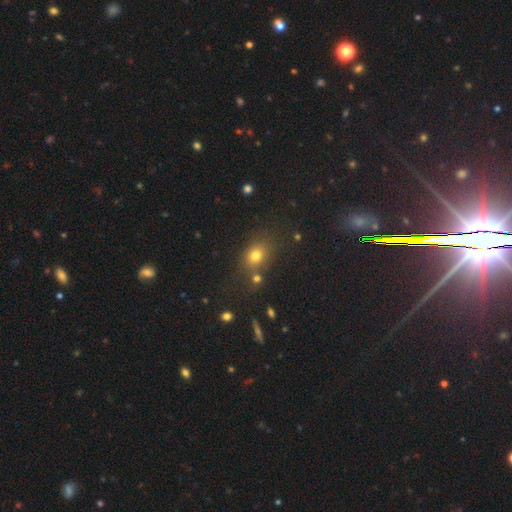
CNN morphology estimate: Smooth or featured? Predicted: smooth (p=0.74). How rounded? Predicted: round (p=0.50). Merging? Predicted: none (p=0.69).